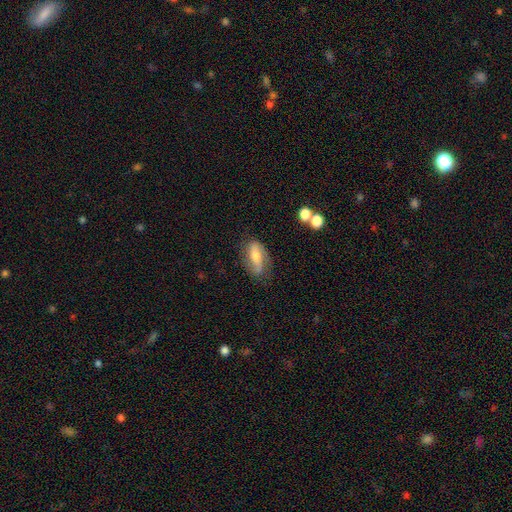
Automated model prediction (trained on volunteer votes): featured or disk 53%, smooth 39%, star or artifact 8%. Down the decision tree: edge-on disk — no (87%); merging — none (71%).